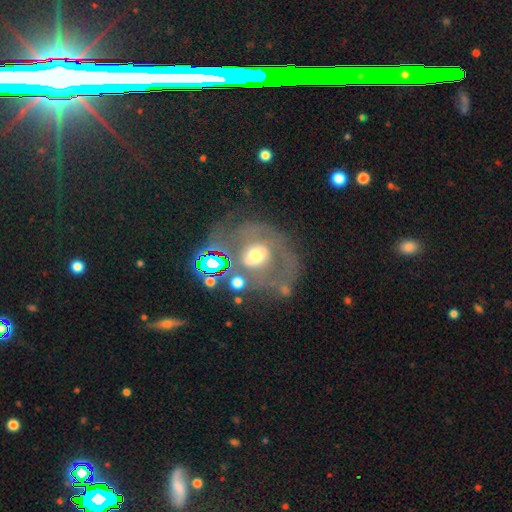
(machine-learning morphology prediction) smooth-or-featured: featured or disk: 55% | smooth: 30% | star or artifact: 15%
  disk-edge-on: no: 94% | yes: 6%
    bar: no: 59% | weak: 27% | strong: 14%
    has-spiral-arms: no: 53% | yes: 47%
    bulge-size: moderate: 60% | small: 18% | large: 16% | dominant: 3% | none: 2%
  merging: none: 44% | major disturbance: 28% | minor disturbance: 18% | merger: 10%